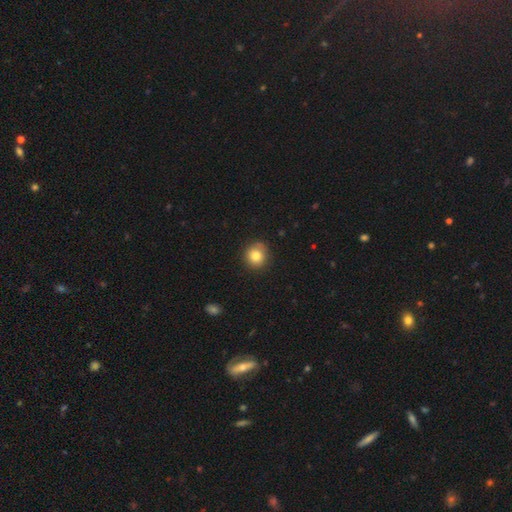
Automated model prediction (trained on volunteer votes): This is clearly a smooth galaxy (81%). How rounded: clearly round (89%). Merging: clearly none (83%).